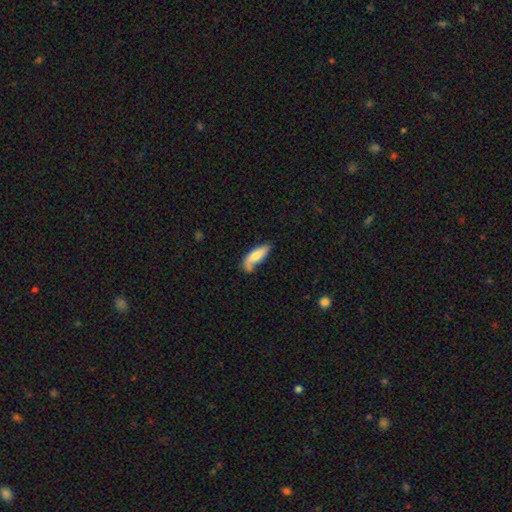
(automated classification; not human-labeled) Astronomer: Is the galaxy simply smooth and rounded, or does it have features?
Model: smooth — 67%.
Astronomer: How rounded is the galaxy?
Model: in between — 61% (runner-up: cigar-shaped, 37%).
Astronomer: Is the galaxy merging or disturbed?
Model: none — 52% (runner-up: minor disturbance, 29%).